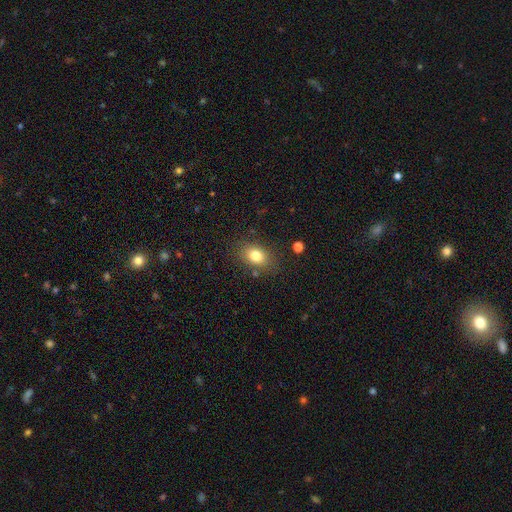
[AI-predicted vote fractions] This appears to be a smooth galaxy with no disk features (80%) that is in between round and cigar-shaped (71%). Merging: none (80%).